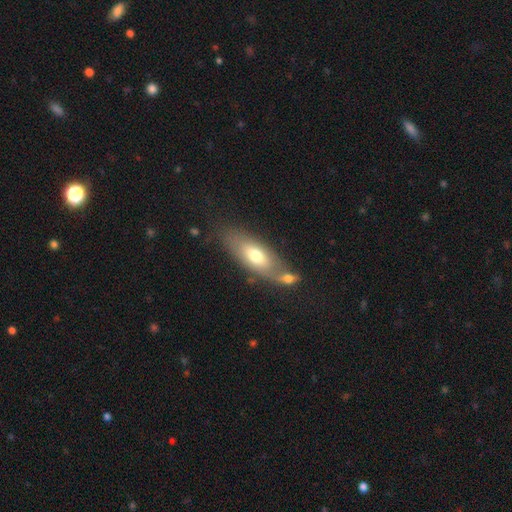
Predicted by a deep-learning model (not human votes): Smooth or featured? smooth (65%)
How rounded? in between (80%)
Merging? none (49%)